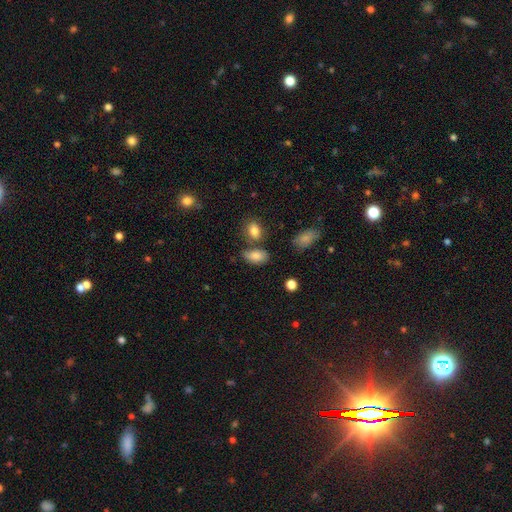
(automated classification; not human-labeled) smooth 82%, star or artifact 9%, featured or disk 9%. Down the decision tree: how rounded — in between (91%); merging — none (61%).